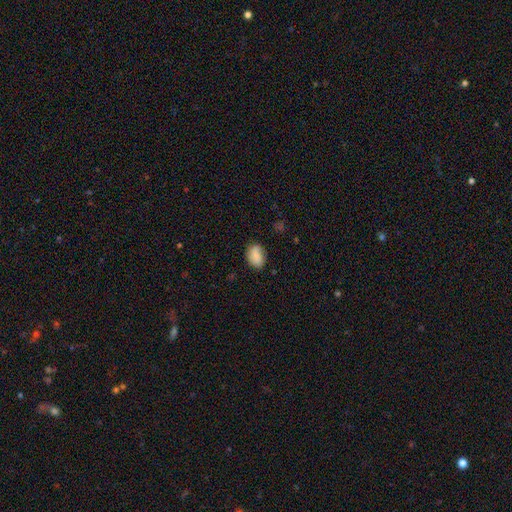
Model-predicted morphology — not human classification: The model was most divided on "merging": none: 70%, minor disturbance: 23%, major disturbance: 6%, merger: 2%. More confident: smooth or featured — smooth (83%); how rounded — in between (81%).